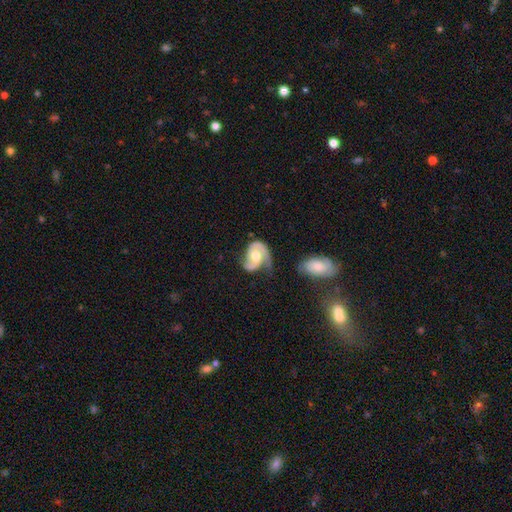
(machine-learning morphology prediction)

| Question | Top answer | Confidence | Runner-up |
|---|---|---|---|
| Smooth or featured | featured or disk | 83% | smooth (13%) |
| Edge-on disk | no | 98% | yes (2%) |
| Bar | no | 66% | weak (27%) |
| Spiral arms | yes | 94% | no (6%) |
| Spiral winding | medium | 45% | tight (32%) |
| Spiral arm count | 2 | 75% | 1 (17%) |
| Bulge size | moderate | 71% | large (14%) |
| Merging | none | 43% | minor disturbance (27%) |